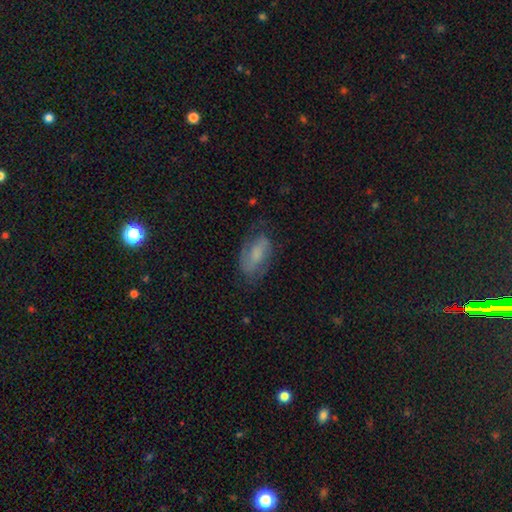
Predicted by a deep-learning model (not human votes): Overall: featured or disk (47%; smooth 44%). Merging: none (61%; minor disturbance 24%).